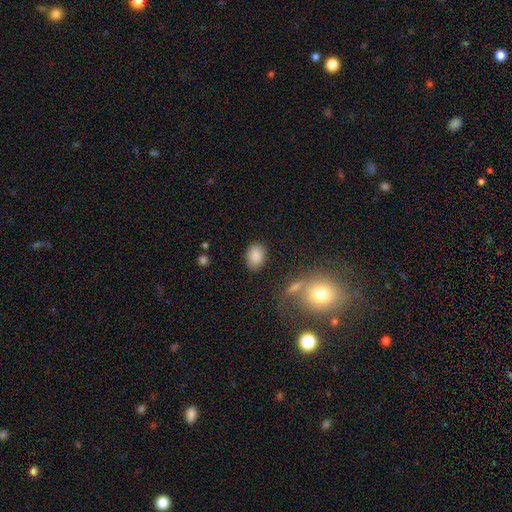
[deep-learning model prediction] smooth_or_featured: smooth (p=0.85) [alt: star or artifact p=0.09]
how_rounded: in between (p=0.77) [alt: round p=0.21]
merging: none (p=0.83) [alt: minor disturbance p=0.11]